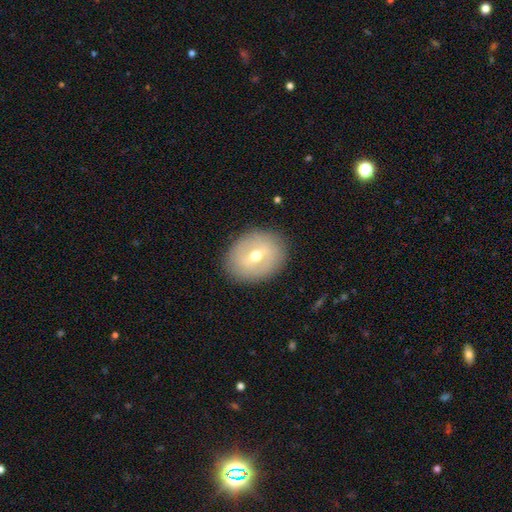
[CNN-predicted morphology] smooth-or-featured: featured or disk: 50% | smooth: 42% | star or artifact: 8%
  disk-edge-on: no: 92% | yes: 8%
  merging: none: 86% | minor disturbance: 10% | major disturbance: 3% | merger: 1%